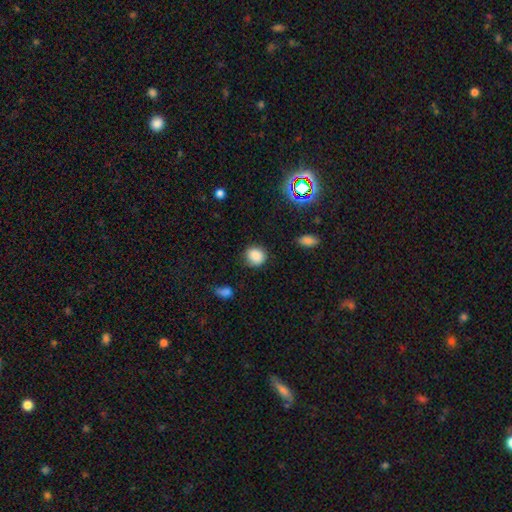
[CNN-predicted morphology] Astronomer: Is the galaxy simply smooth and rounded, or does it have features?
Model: smooth — 85%.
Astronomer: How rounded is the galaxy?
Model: round — 82%.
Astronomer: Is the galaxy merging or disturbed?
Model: none — 83%.